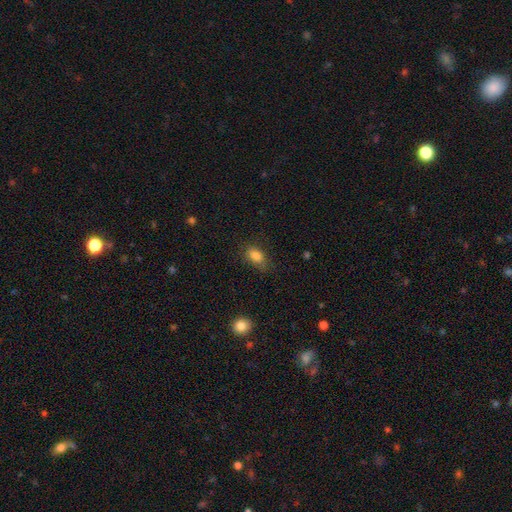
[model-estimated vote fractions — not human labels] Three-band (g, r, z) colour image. It shows a smooth galaxy with no disk features (84%) that is in between round and cigar-shaped (85%). Merging: none (73%).